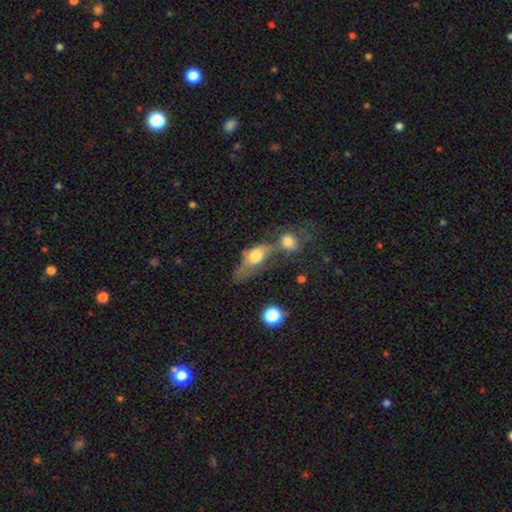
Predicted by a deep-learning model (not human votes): A smooth galaxy with no disk features (62%) that is in between round and cigar-shaped (72%).

Vote fractions:
- Smooth or featured? smooth: 62% / featured or disk: 29% / star or artifact: 10%
- How rounded? in between: 72% / round: 17% / cigar-shaped: 11%
- Merging? merger: 52% / none: 18% / major disturbance: 18% / minor disturbance: 13%